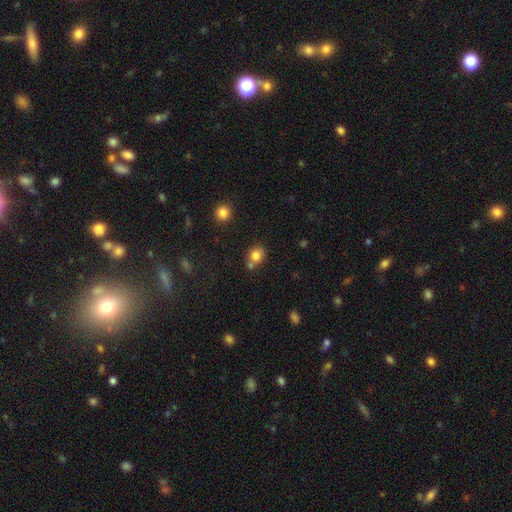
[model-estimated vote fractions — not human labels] Overall: smooth (81%). How rounded: round (67%; in between 32%). Merging: none (57%; merger 27%).